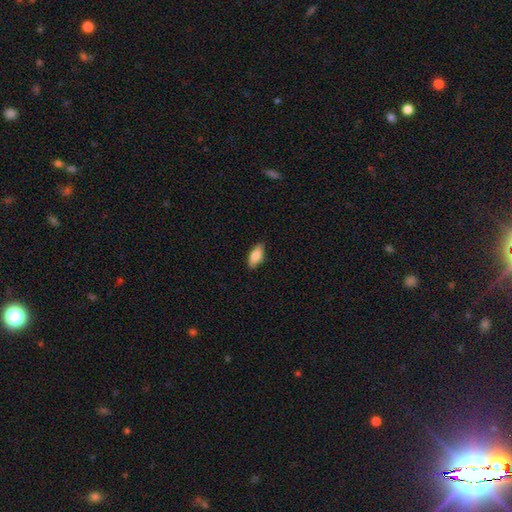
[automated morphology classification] smooth_or_featured: smooth (p=0.82) [alt: featured or disk p=0.12]
how_rounded: in between (p=0.83) [alt: cigar-shaped p=0.15]
merging: none (p=0.85) [alt: minor disturbance p=0.12]